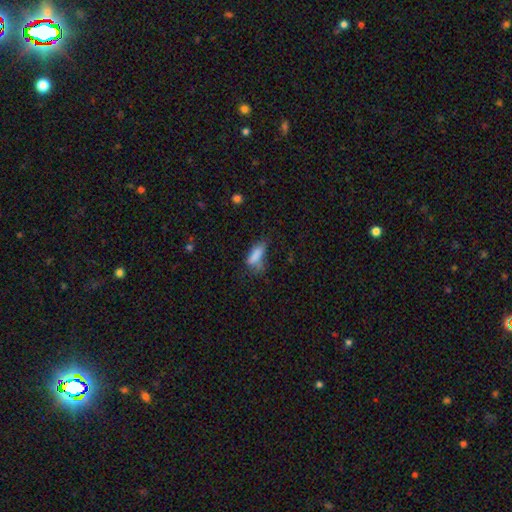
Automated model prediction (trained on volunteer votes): This is likely a smooth galaxy (74%). How rounded: likely in between (66%). Merging: marginally none (33%).